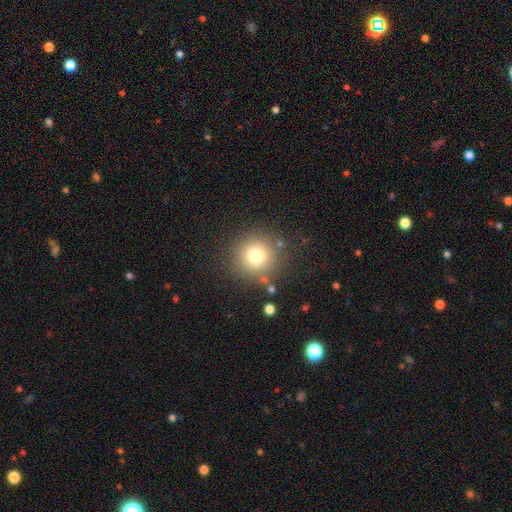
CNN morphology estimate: The model was most divided on "smooth or featured": smooth: 76%, star or artifact: 14%, featured or disk: 10%. More confident: how rounded — round (94%); merging — none (83%).